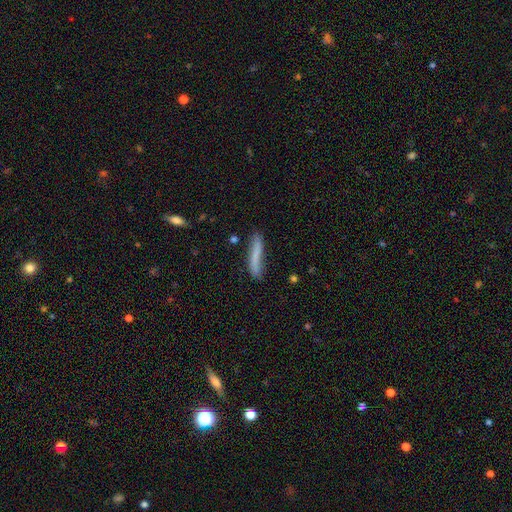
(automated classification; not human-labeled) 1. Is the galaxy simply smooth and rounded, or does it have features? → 71% smooth, 22% featured or disk, 7% star or artifact.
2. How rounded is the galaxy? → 90% cigar-shaped, 9% in between, 2% round.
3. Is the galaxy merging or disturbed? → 67% none, 23% minor disturbance, 6% major disturbance, 4% merger.